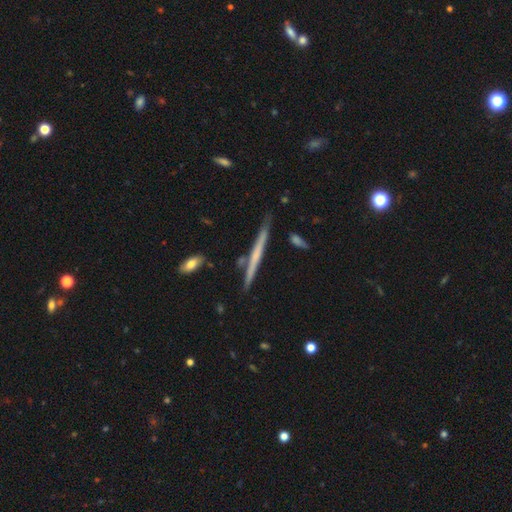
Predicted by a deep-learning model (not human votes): A featured or disk galaxy (57%) viewed edge-on (97%) with no central bulge (79%). Merging: none (84%).